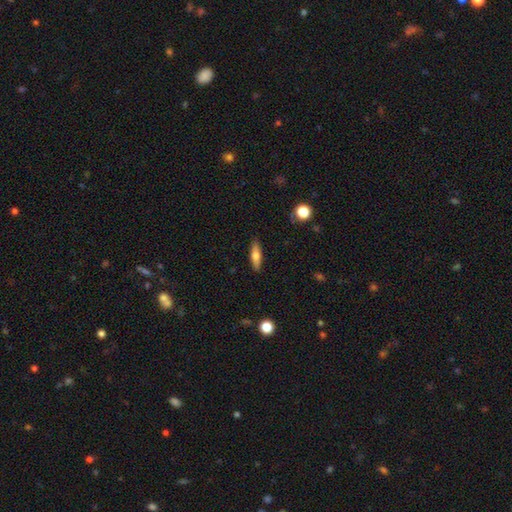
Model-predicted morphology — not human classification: Smooth or featured? smooth (62%)
How rounded? cigar-shaped (60%)
Merging? none (89%)